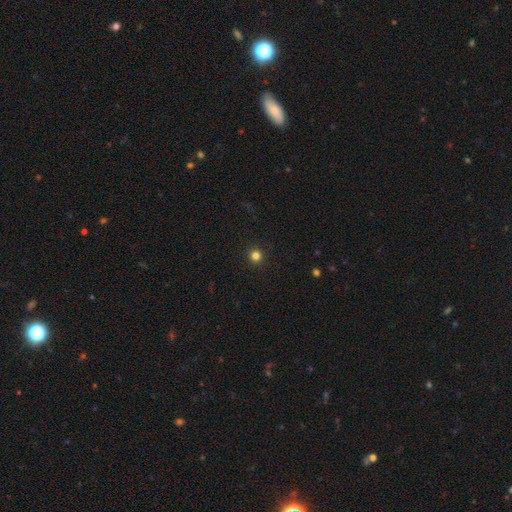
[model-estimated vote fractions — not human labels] The model was most divided on "smooth or featured": smooth: 81%, star or artifact: 15%, featured or disk: 4%. More confident: how rounded — round (95%); merging — none (93%).